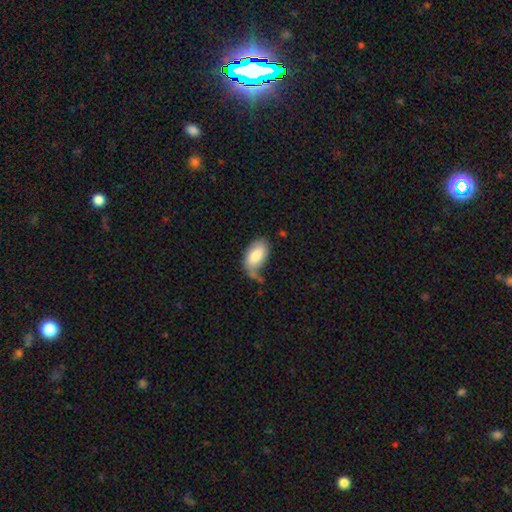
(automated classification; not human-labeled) Smooth or featured: smooth — 81% (featured or disk — 13%)
How rounded: in between — 95% (round — 3%)
Merging: none — 45% (minor disturbance — 31%)